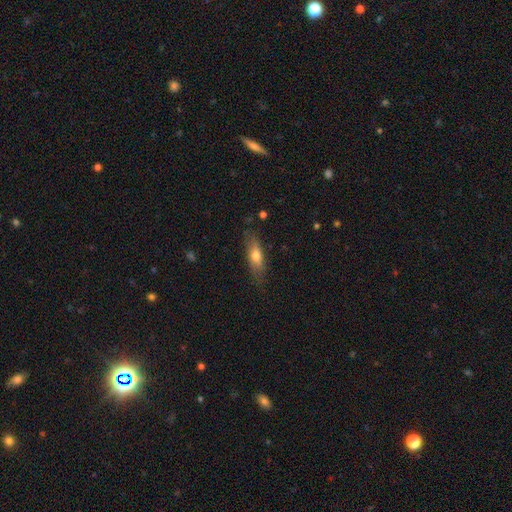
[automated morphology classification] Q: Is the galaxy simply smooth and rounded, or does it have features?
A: smooth — 61%.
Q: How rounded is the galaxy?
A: in between — 49%.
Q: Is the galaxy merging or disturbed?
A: none — 77%.